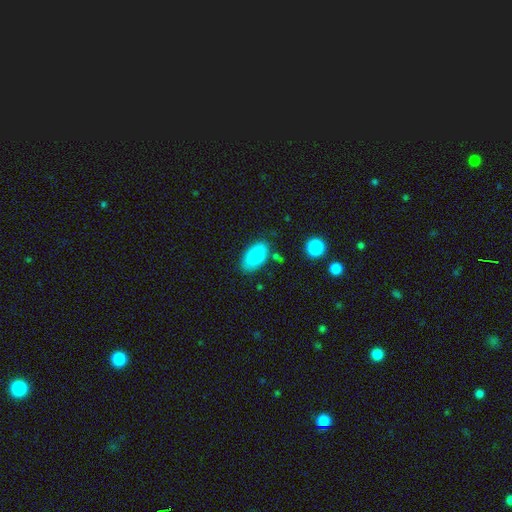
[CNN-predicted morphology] Smooth or featured? smooth (87%)
How rounded? in between (94%)
Merging? none (76%)